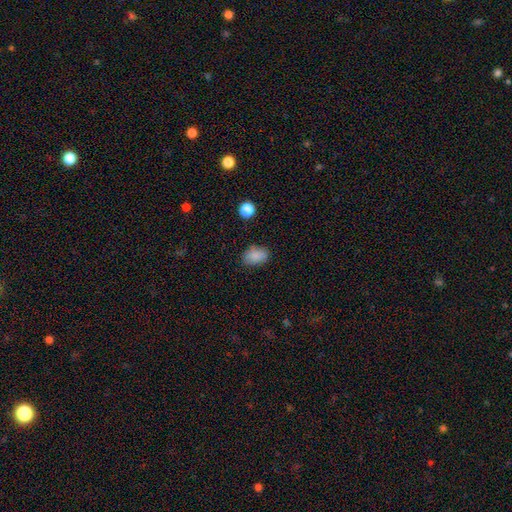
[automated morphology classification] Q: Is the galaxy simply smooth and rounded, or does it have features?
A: smooth — 87%.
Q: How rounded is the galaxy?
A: in between — 83%.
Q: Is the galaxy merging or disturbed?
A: none — 81%.